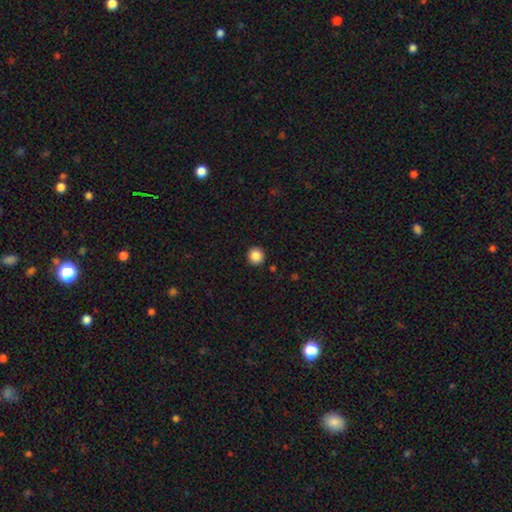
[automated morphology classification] smooth-or-featured: smooth: 87% | star or artifact: 10% | featured or disk: 3%
  how-rounded: round: 93% | in between: 6% | cigar-shaped: 1%
  merging: none: 93% | minor disturbance: 5% | major disturbance: 2% | merger: 1%